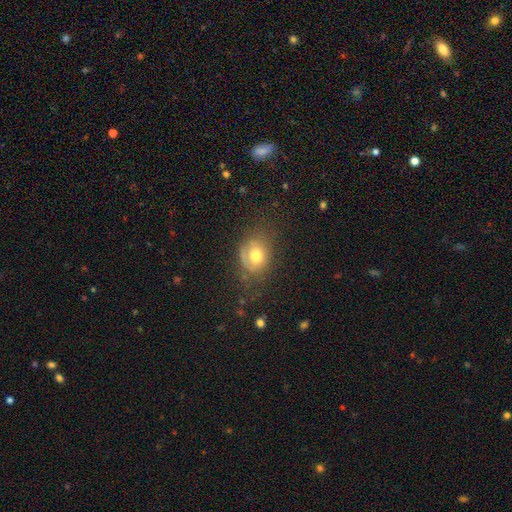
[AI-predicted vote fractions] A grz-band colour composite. It shows a smooth galaxy with no disk features (61%) that is in between round and cigar-shaped (52%). Merging: none (54%).